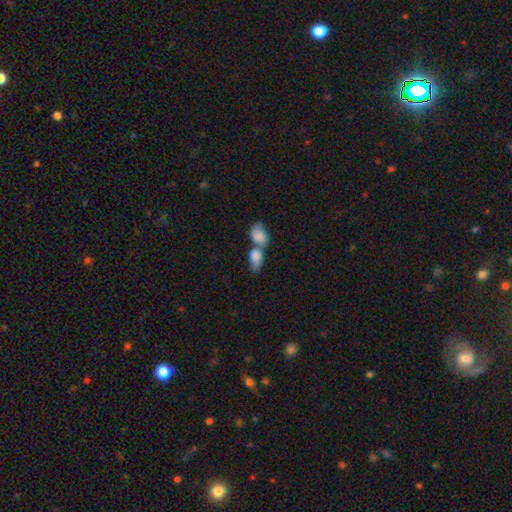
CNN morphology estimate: Q: Smooth or featured?
A: smooth (79%); runner-up: featured or disk (14%)
Q: How rounded?
A: in between (80%); runner-up: round (15%)
Q: Merging?
A: merger (73%); runner-up: none (16%)